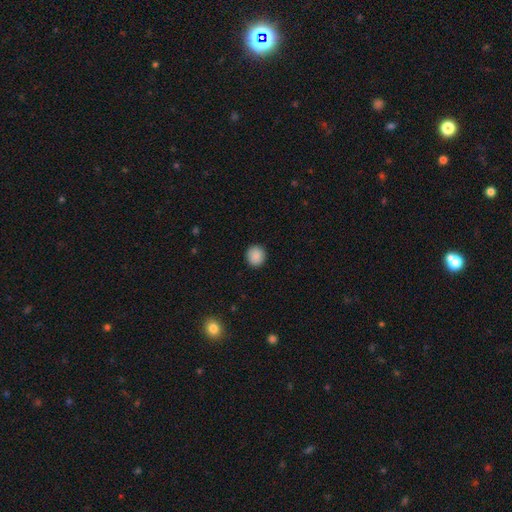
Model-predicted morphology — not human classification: Smooth or featured? smooth (89%)
How rounded? round (90%)
Merging? none (92%)